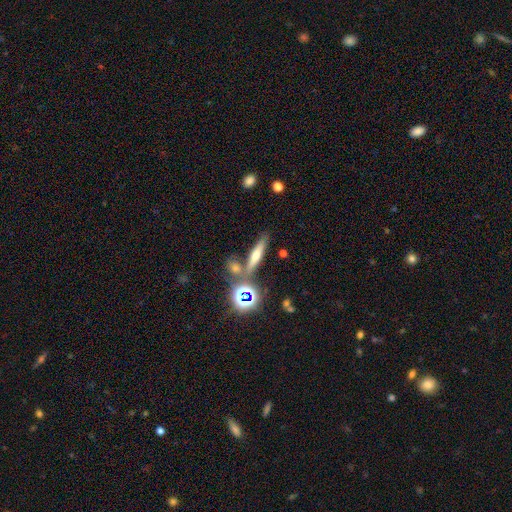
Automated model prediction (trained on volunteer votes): Smooth or featured? Predicted: smooth (p=0.48). Merging? Predicted: none (p=0.69).